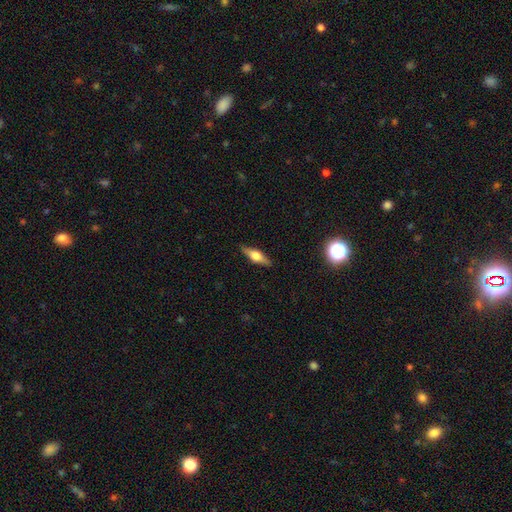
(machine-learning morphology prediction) A featured or disk galaxy (53%) viewed edge-on (94%). Merging: none (88%).